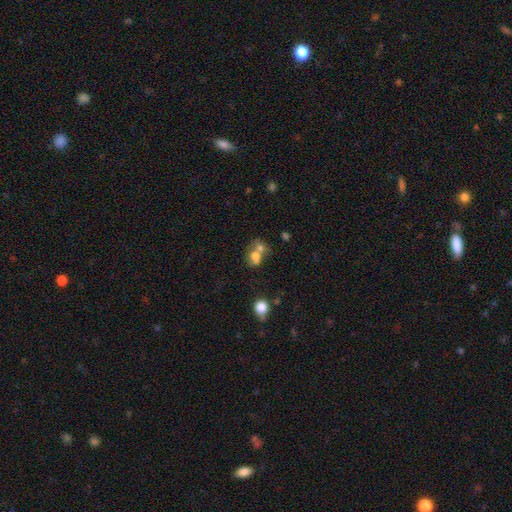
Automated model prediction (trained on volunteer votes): A smooth galaxy with no disk features (68%) that is in between round and cigar-shaped (57%).

Vote fractions:
- Smooth or featured? smooth: 68% / featured or disk: 20% / star or artifact: 12%
- How rounded? in between: 57% / round: 42% / cigar-shaped: 2%
- Merging? merger: 62% / none: 22% / minor disturbance: 9% / major disturbance: 7%